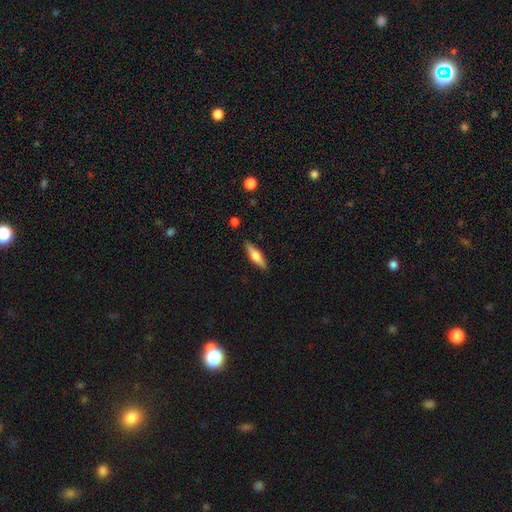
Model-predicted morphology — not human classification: smooth-or-featured: smooth: 49% | featured or disk: 45% | star or artifact: 6%
  merging: none: 88% | minor disturbance: 9% | major disturbance: 2% | merger: 1%